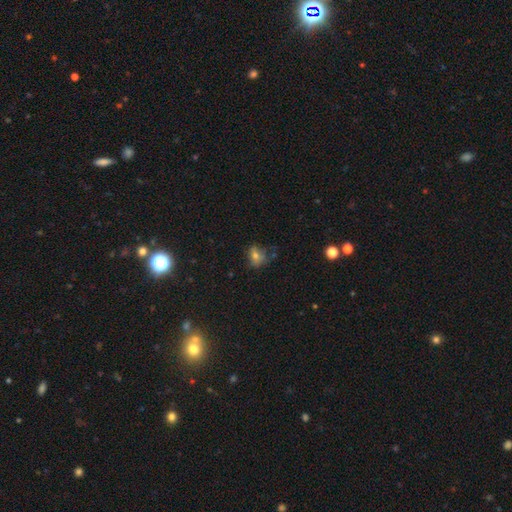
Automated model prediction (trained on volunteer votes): Smooth or featured? smooth (67%)
How rounded? round (50%)
Merging? none (49%)